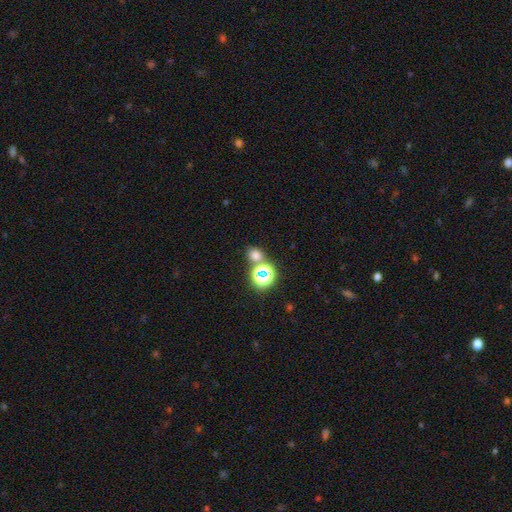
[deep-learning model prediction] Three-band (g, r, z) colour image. It shows a smooth galaxy with no disk features (66%) that is round (72%). Merging: none (68%).